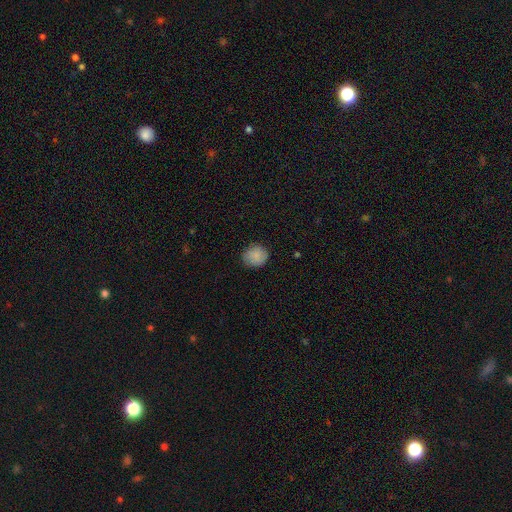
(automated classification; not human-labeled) Overall: smooth (86%). How rounded: round (79%). Merging: none (82%).